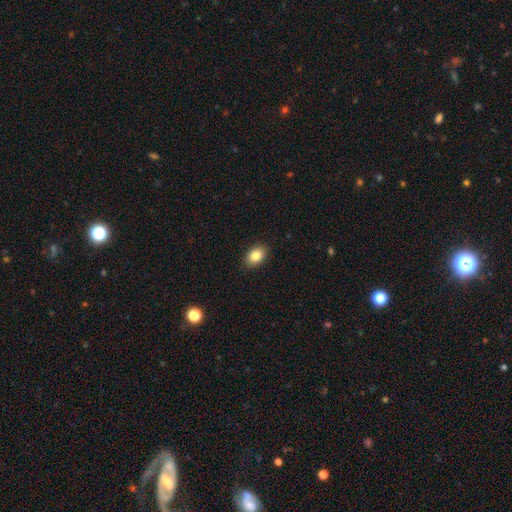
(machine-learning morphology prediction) Smooth or featured? Predicted: smooth (p=0.84). How rounded? Predicted: in between (p=0.85). Merging? Predicted: none (p=0.89).